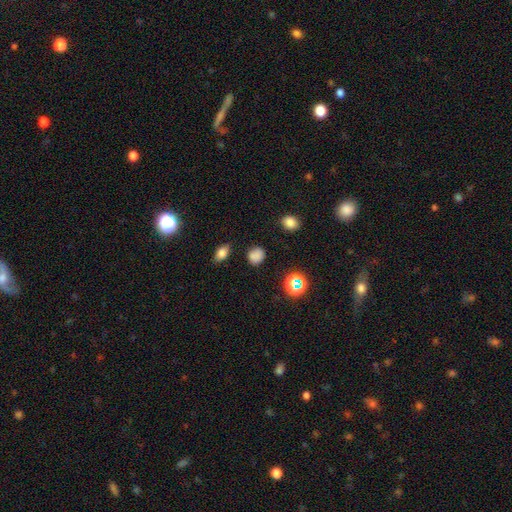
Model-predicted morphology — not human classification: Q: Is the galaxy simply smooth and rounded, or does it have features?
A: smooth — 78%.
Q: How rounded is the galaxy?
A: round — 70%.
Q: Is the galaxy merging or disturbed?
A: none — 80%.